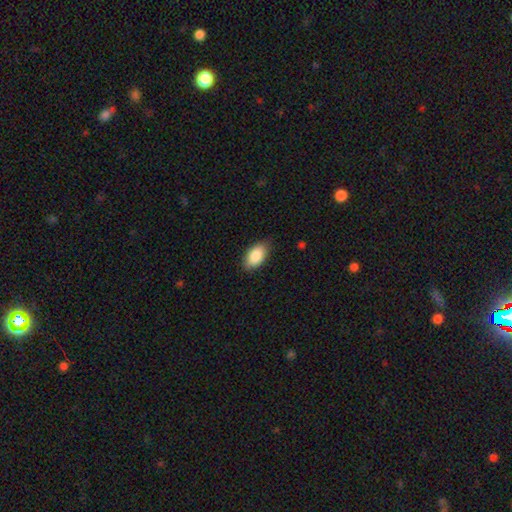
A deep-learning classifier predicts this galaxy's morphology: This appears to be a smooth galaxy with no disk features (88%) that is in between round and cigar-shaped (94%). Merging: none (81%).